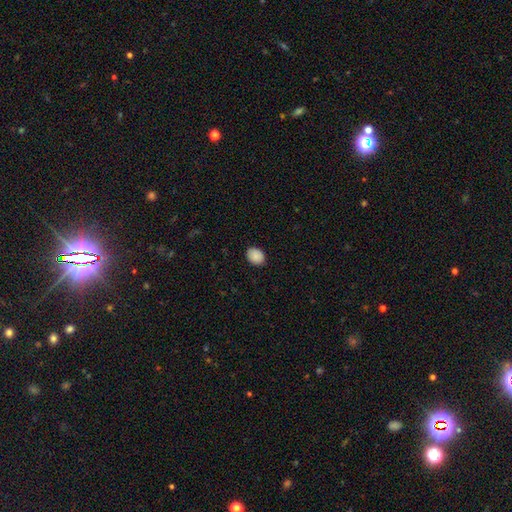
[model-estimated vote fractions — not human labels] Q: Smooth or featured?
A: smooth (89%); runner-up: star or artifact (8%)
Q: How rounded?
A: in between (53%); runner-up: round (47%)
Q: Merging?
A: none (89%); runner-up: minor disturbance (9%)